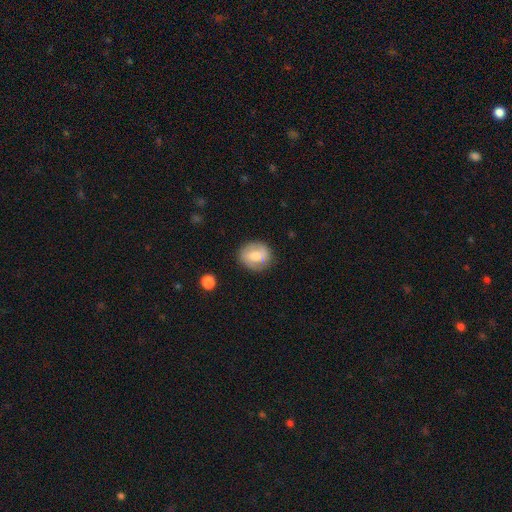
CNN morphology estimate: Smooth or featured? smooth (63%)
How rounded? round (70%)
Merging? none (79%)